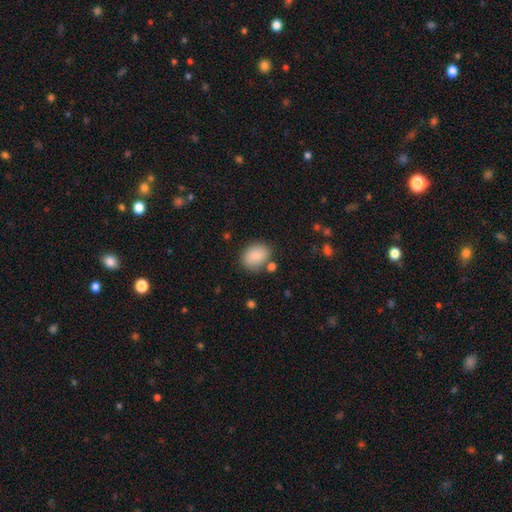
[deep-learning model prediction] The model was most divided on "how rounded": in between: 68%, round: 31%, cigar-shaped: 1%. More confident: smooth or featured — smooth (85%); merging — none (76%).